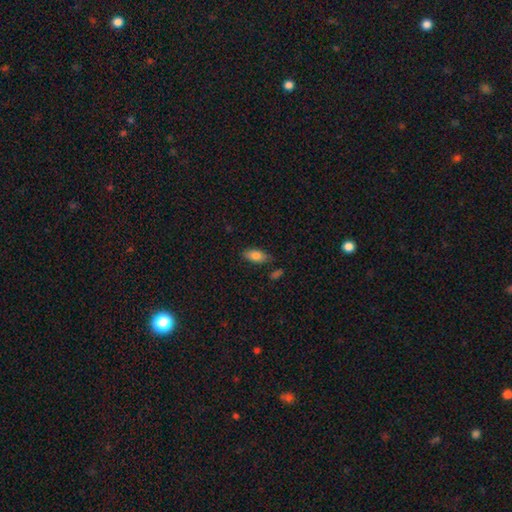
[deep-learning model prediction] smooth-or-featured: smooth: 81% | featured or disk: 11% | star or artifact: 8%
  how-rounded: in between: 86% | cigar-shaped: 11% | round: 3%
  merging: none: 75% | minor disturbance: 17% | merger: 4% | major disturbance: 4%